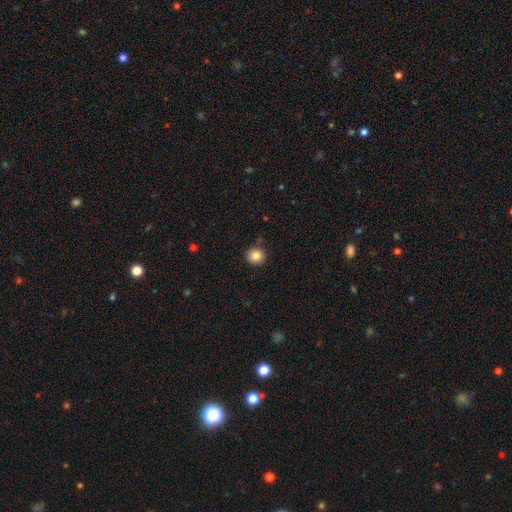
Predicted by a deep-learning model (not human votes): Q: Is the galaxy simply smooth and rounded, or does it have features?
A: smooth — 86%.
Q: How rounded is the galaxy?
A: round — 91%.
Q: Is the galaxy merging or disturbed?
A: none — 87%.